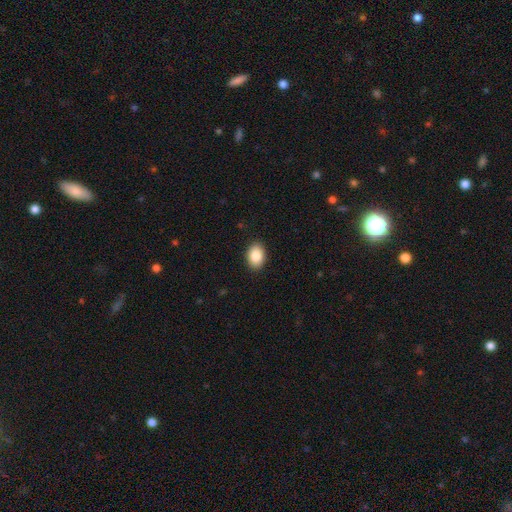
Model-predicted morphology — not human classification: Smooth or featured?
  - smooth: 88% *
  - star or artifact: 7%
  - featured or disk: 5%
How rounded?
  - in between: 80% *
  - round: 19%
  - cigar-shaped: 1%
Merging?
  - none: 90% *
  - minor disturbance: 7%
  - major disturbance: 2%
  - merger: 1%